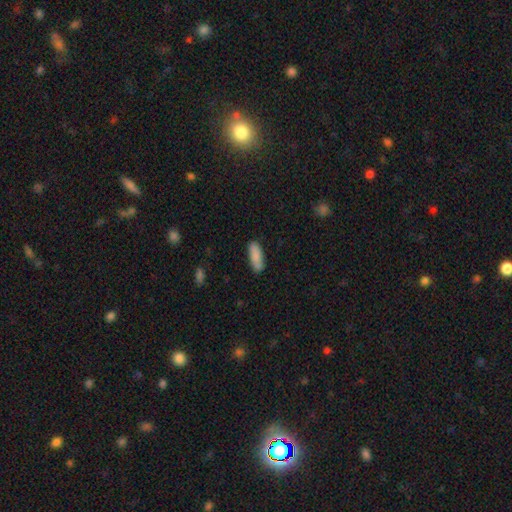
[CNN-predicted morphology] Smooth or featured?
  - smooth: 86% *
  - featured or disk: 8%
  - star or artifact: 6%
How rounded?
  - in between: 65% *
  - cigar-shaped: 34%
  - round: 2%
Merging?
  - none: 84% *
  - minor disturbance: 12%
  - major disturbance: 2%
  - merger: 2%